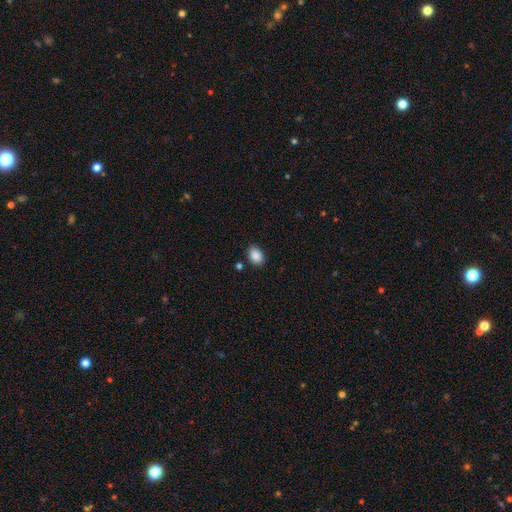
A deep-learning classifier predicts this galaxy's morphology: Smooth or featured? Predicted: smooth (p=0.88). How rounded? Predicted: in between (p=0.78). Merging? Predicted: none (p=0.85).